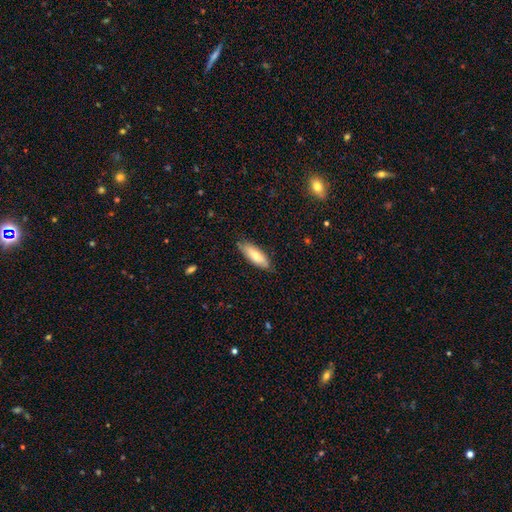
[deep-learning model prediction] This is likely a smooth galaxy (69%). How rounded: likely in between (64%). Merging: likely none (79%).